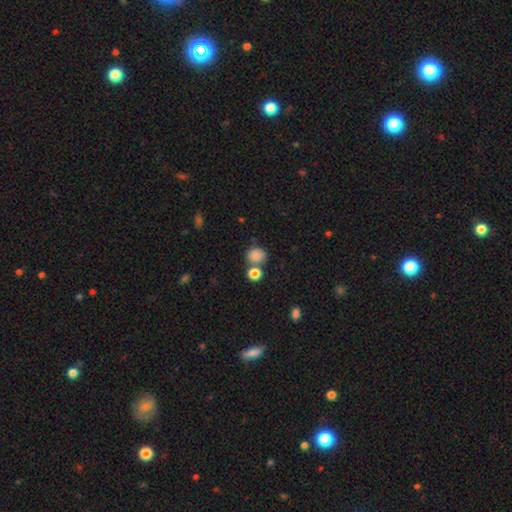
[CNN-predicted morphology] This appears to be a smooth galaxy with no disk features (82%) that is round (72%). Merging: none (56%).